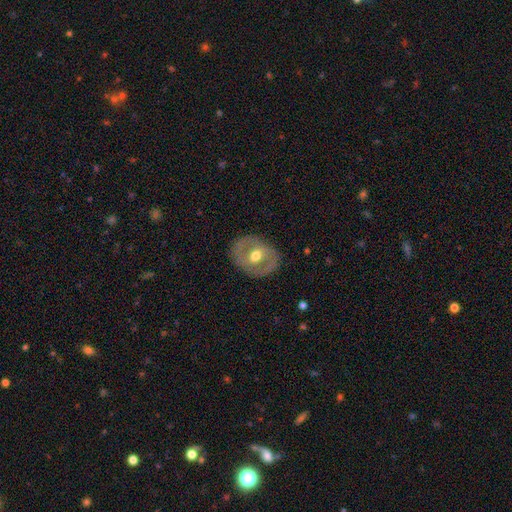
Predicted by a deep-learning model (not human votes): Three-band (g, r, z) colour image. It shows a featured or disk galaxy (60%) with no bar (46%), no spiral arms (64%) and a moderate central bulge (77%). Merging: none (81%).